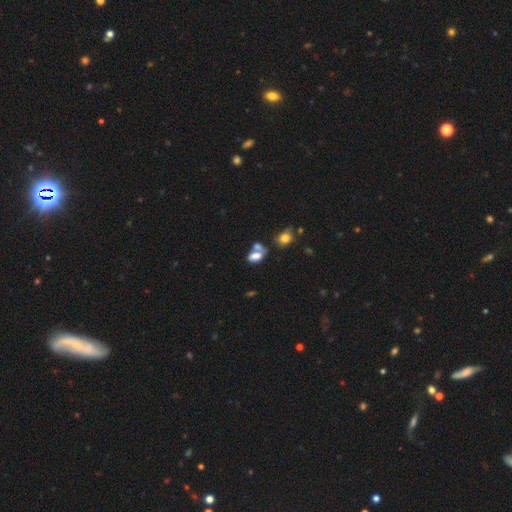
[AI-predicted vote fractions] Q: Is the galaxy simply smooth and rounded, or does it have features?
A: smooth — 74%.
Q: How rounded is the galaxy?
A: in between — 87%.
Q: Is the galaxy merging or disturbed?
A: merger — 46%.